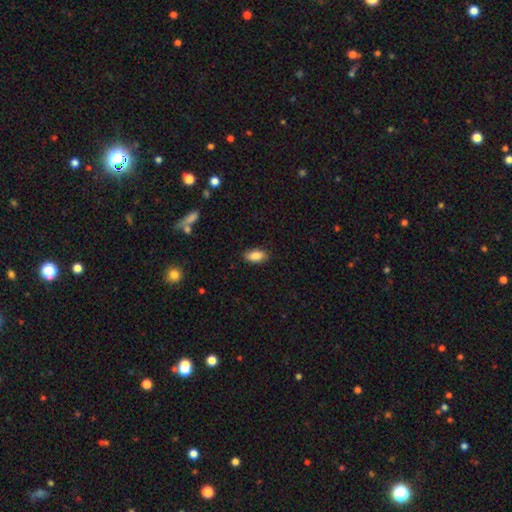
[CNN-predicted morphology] A smooth galaxy with no disk features (86%) that is in between round and cigar-shaped (91%).

Vote fractions:
- Smooth or featured? smooth: 86% / star or artifact: 7% / featured or disk: 7%
- How rounded? in between: 91% / cigar-shaped: 6% / round: 3%
- Merging? none: 87% / minor disturbance: 10% / major disturbance: 2% / merger: 1%